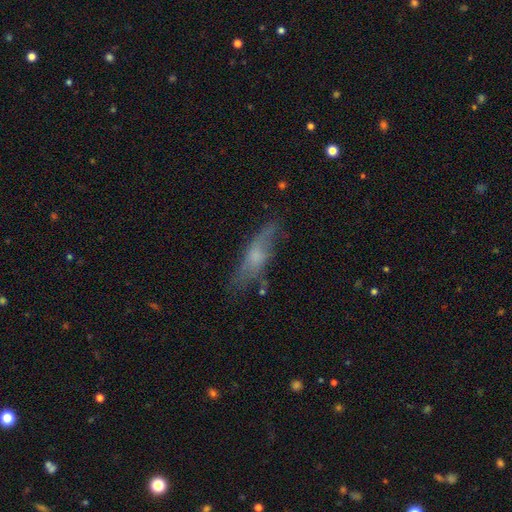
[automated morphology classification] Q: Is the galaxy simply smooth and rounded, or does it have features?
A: featured or disk — 47%.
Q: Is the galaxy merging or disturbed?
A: none — 64%.